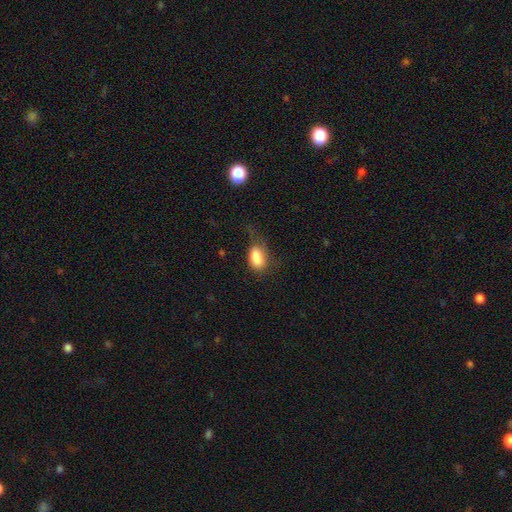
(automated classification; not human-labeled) Q: Smooth or featured?
A: smooth (83%); runner-up: featured or disk (9%)
Q: How rounded?
A: in between (90%); runner-up: round (7%)
Q: Merging?
A: none (40%); runner-up: minor disturbance (30%)